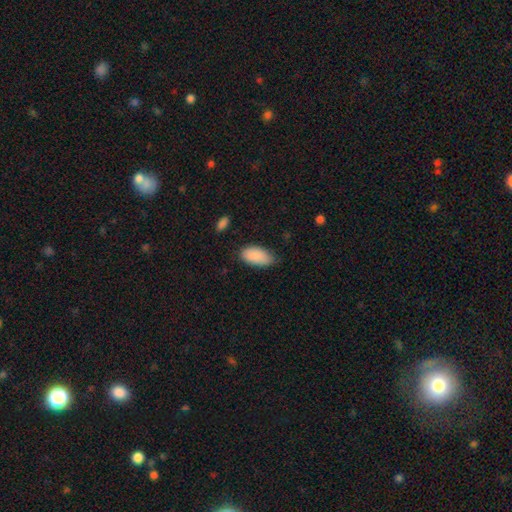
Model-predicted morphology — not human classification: smooth 89%, star or artifact 6%, featured or disk 5%. Down the decision tree: how rounded — in between (94%); merging — none (66%).